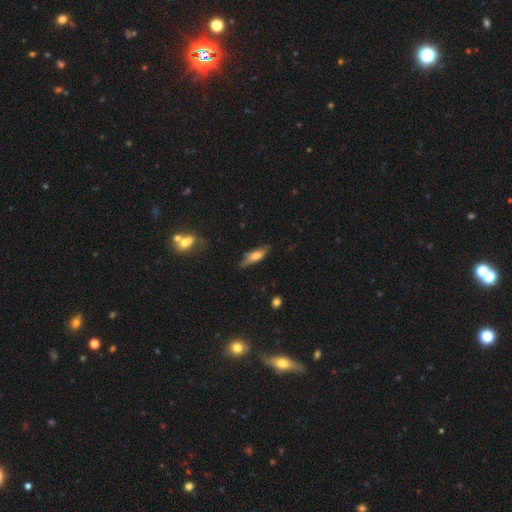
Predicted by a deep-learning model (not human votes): Overall: smooth (60%; featured or disk 33%). How rounded: cigar-shaped (56%; in between 42%). Merging: none (71%).